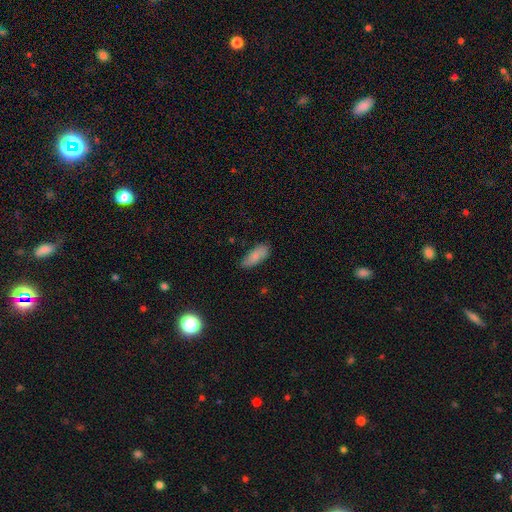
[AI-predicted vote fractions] Smooth or featured?
  - smooth: 83% *
  - featured or disk: 11%
  - star or artifact: 6%
How rounded?
  - in between: 78% *
  - cigar-shaped: 20%
  - round: 2%
Merging?
  - none: 76% *
  - minor disturbance: 19%
  - major disturbance: 3%
  - merger: 2%